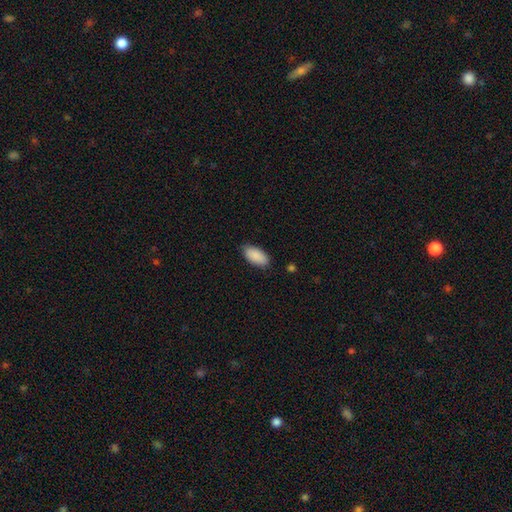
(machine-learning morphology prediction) This appears to be a smooth galaxy with no disk features (89%) that is in between round and cigar-shaped (93%). Merging: none (81%).